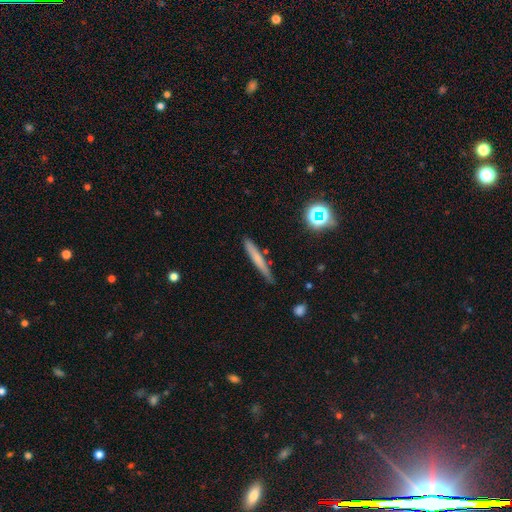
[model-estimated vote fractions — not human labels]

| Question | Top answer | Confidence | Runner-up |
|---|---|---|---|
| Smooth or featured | smooth | 63% | featured or disk (28%) |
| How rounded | cigar-shaped | 94% | in between (4%) |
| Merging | none | 83% | minor disturbance (13%) |